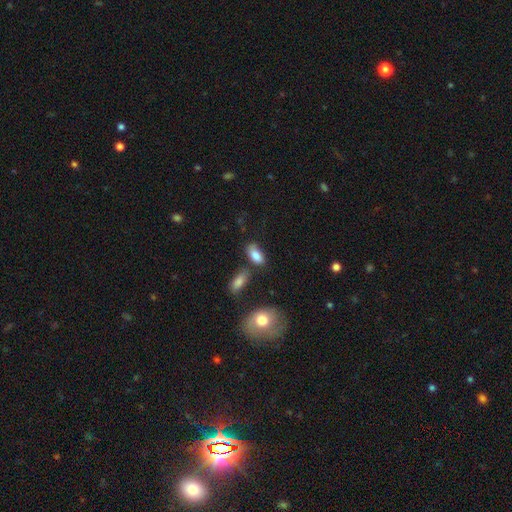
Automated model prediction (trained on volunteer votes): A smooth galaxy with no disk features (84%) that is in between round and cigar-shaped (91%).

Vote fractions:
- Smooth or featured? smooth: 84% / featured or disk: 9% / star or artifact: 7%
- How rounded? in between: 91% / cigar-shaped: 4% / round: 4%
- Merging? none: 60% / minor disturbance: 21% / merger: 13% / major disturbance: 7%